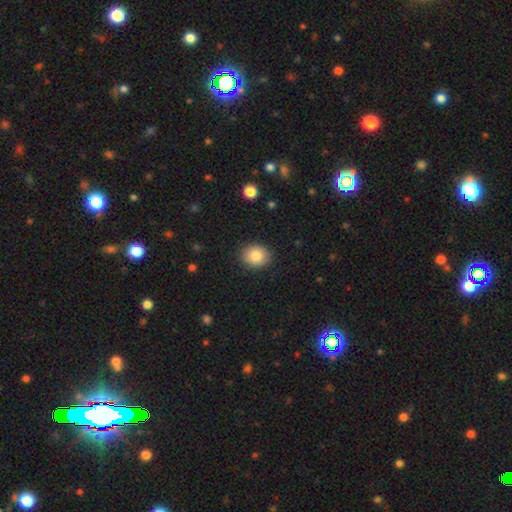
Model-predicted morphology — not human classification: Q: Smooth or featured?
A: smooth (85%); runner-up: star or artifact (8%)
Q: How rounded?
A: round (55%); runner-up: in between (44%)
Q: Merging?
A: none (88%); runner-up: minor disturbance (8%)